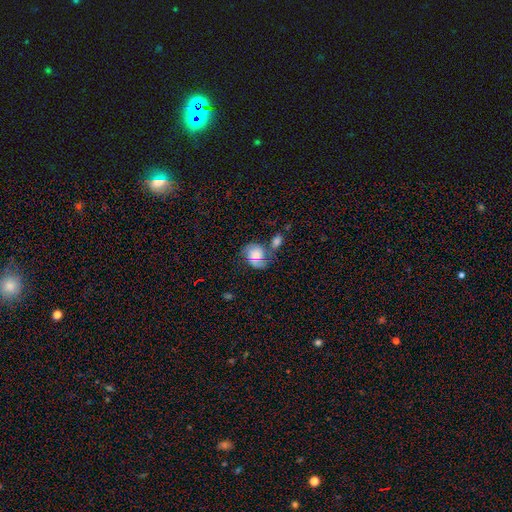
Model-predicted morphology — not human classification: Smooth or featured? smooth (48%)
Merging? none (35%)